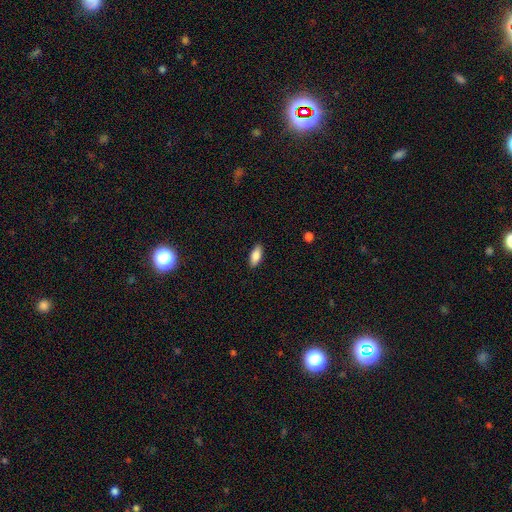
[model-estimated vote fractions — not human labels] This appears to be a smooth galaxy with no disk features (84%) that is in between round and cigar-shaped (81%). Merging: none (89%).